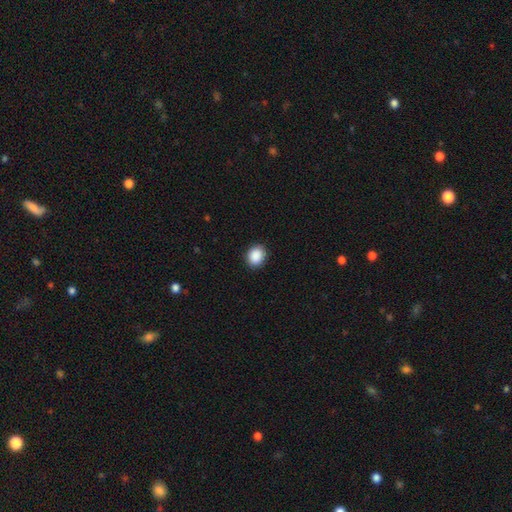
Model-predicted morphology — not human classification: Smooth or featured: smooth — 90% (star or artifact — 8%)
How rounded: round — 62% (in between — 37%)
Merging: none — 89% (minor disturbance — 8%)